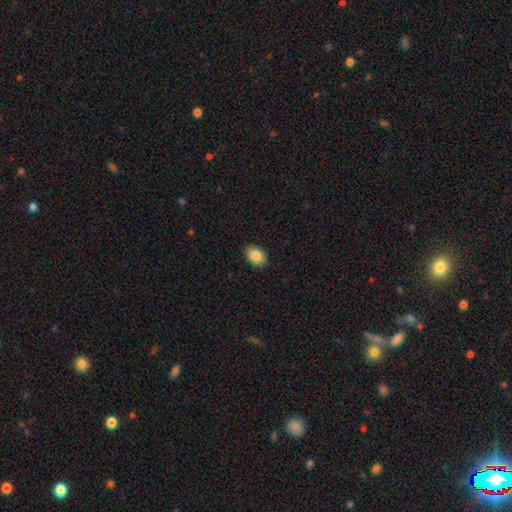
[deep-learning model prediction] This appears to be a smooth galaxy with no disk features (86%) that is in between round and cigar-shaped (85%). Merging: none (89%).